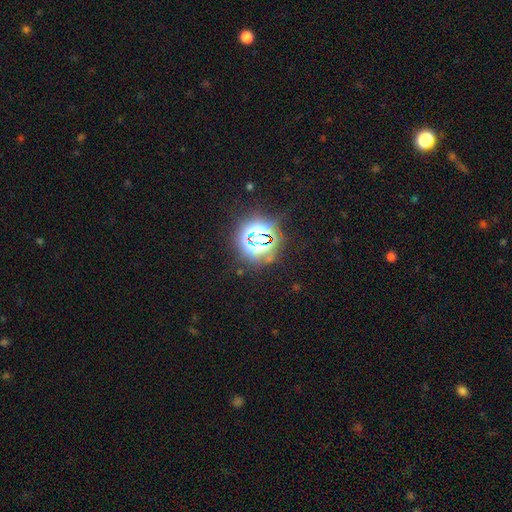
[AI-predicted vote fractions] A star or artifact, not a galaxy (79%).

Vote fractions:
- Smooth or featured? star or artifact: 79% / smooth: 15% / featured or disk: 6%